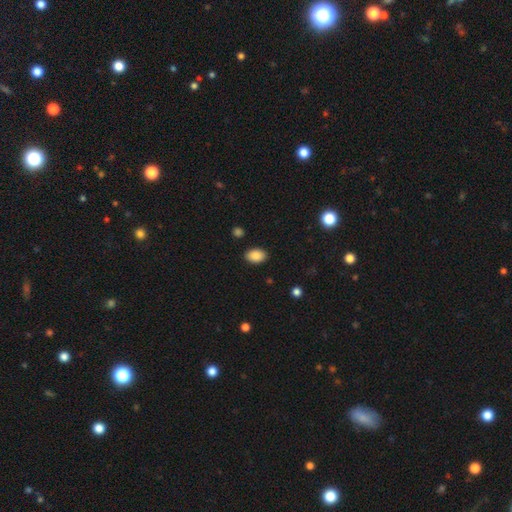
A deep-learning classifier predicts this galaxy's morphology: Smooth or featured: smooth — 88% (star or artifact — 8%)
How rounded: in between — 81% (round — 18%)
Merging: none — 88% (minor disturbance — 8%)